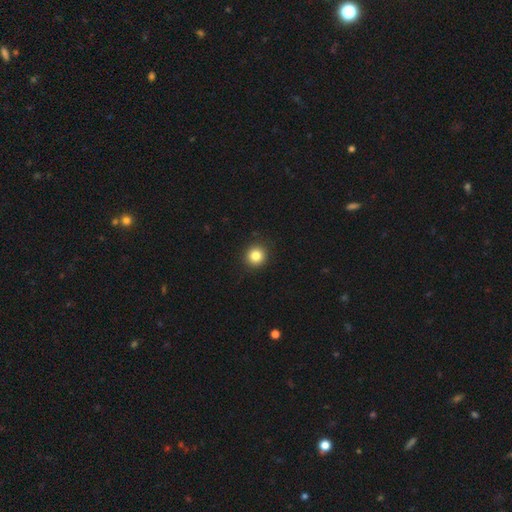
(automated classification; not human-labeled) Morphology: type=smooth (83%); roundness=round (93%); merging=none (91%).